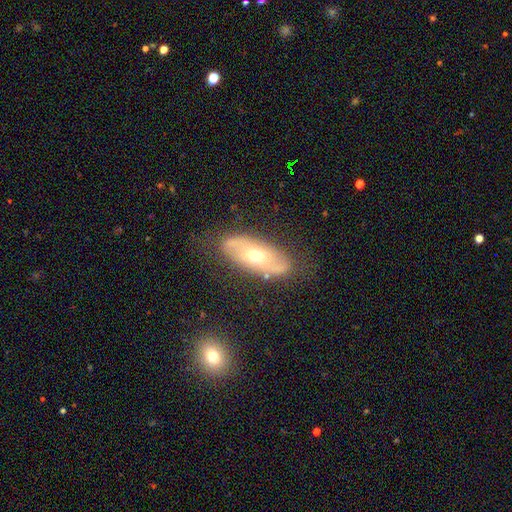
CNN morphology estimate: Smooth or featured: featured or disk — 58% (smooth — 35%)
Edge-on disk: no — 85% (yes — 15%)
Merging: none — 78% (minor disturbance — 15%)